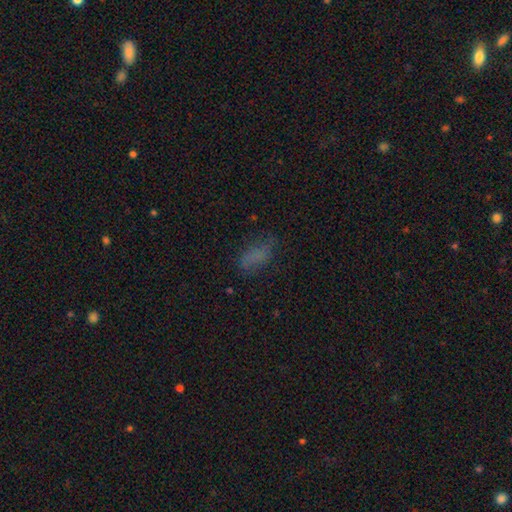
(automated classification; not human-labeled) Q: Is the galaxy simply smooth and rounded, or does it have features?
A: smooth — 70%.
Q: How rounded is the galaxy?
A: in between — 81%.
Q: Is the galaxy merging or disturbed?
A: none — 59%.